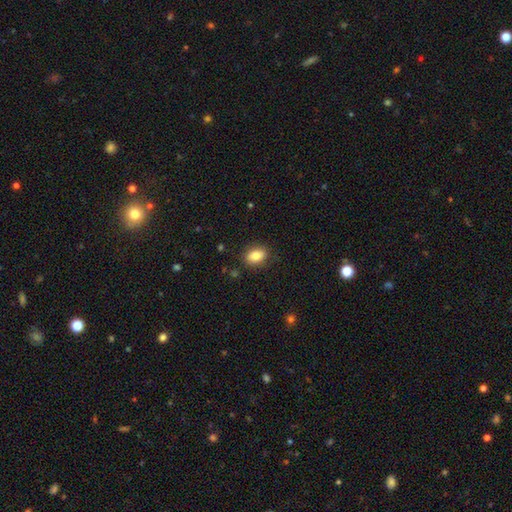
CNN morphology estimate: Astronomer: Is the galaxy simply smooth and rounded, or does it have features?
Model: smooth — 83%.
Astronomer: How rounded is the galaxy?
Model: in between — 77%.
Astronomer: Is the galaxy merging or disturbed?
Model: none — 85%.